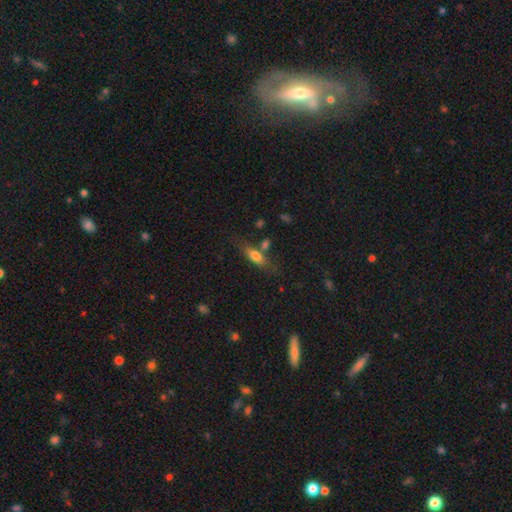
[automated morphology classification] Overall: smooth (71%). How rounded: in between (63%; cigar-shaped 33%). Merging: none (61%).